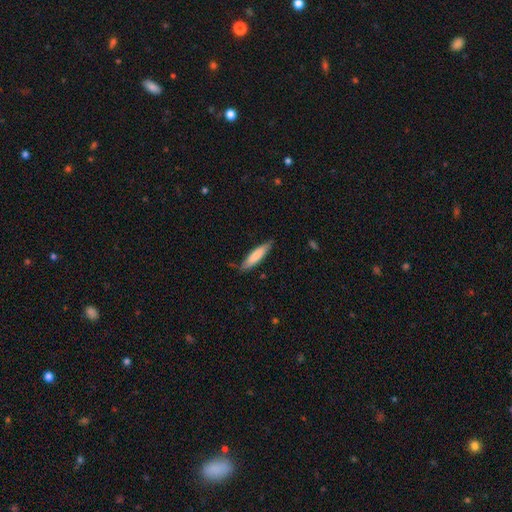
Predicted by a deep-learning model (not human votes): Morphology: type=smooth (78%); roundness=cigar-shaped (79%); merging=none (79%).